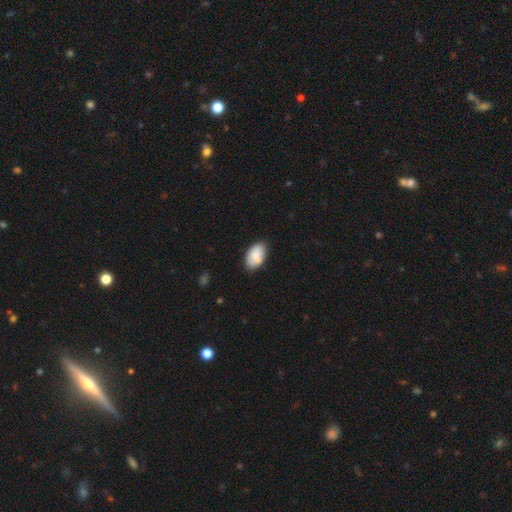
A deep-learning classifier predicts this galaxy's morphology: smooth-or-featured: smooth: 78% | featured or disk: 16% | star or artifact: 7%
  how-rounded: in between: 93% | round: 6% | cigar-shaped: 1%
  merging: none: 70% | minor disturbance: 19% | merger: 8% | major disturbance: 4%